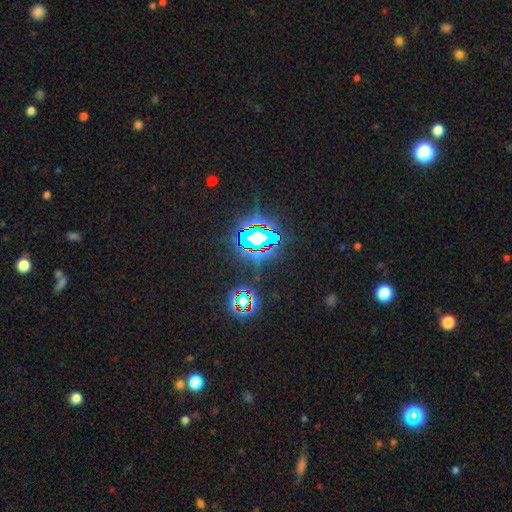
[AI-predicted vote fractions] smooth-or-featured: star or artifact: 82% | smooth: 11% | featured or disk: 7%